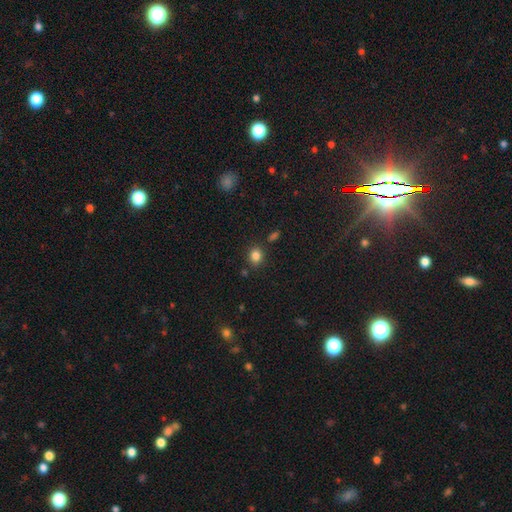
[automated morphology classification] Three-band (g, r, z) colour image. It shows a smooth galaxy with no disk features (83%) that is round (65%). Merging: none (82%).